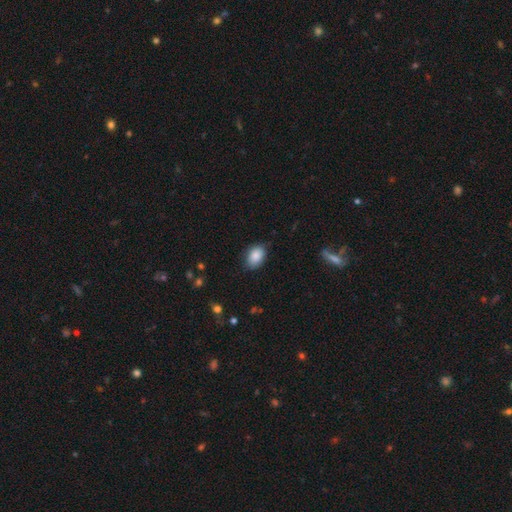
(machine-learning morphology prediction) smooth_or_featured: smooth (p=0.87) [alt: star or artifact p=0.07]
how_rounded: in between (p=0.82) [alt: round p=0.17]
merging: none (p=0.79) [alt: minor disturbance p=0.17]